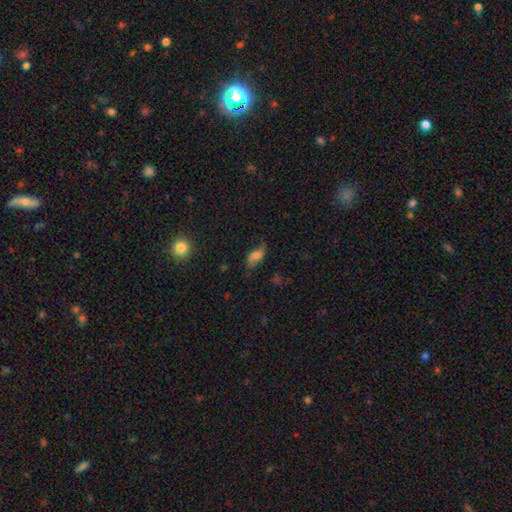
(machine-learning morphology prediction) Smooth or featured?
  - smooth: 61% *
  - featured or disk: 29%
  - star or artifact: 10%
How rounded?
  - in between: 87% *
  - cigar-shaped: 7%
  - round: 6%
Merging?
  - none: 60% *
  - minor disturbance: 27%
  - major disturbance: 11%
  - merger: 2%